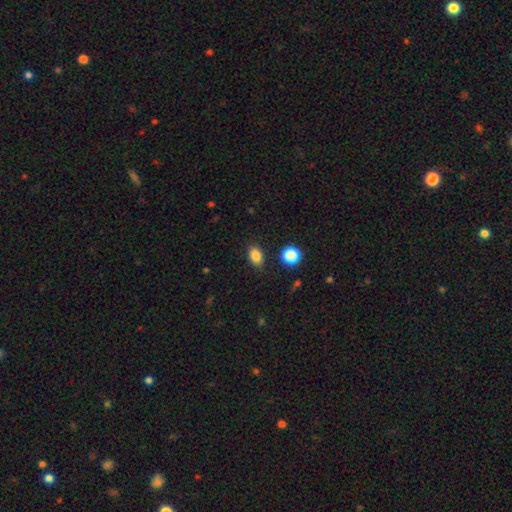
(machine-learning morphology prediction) This is clearly a smooth galaxy (84%). How rounded: likely in between (79%). Merging: clearly none (84%).